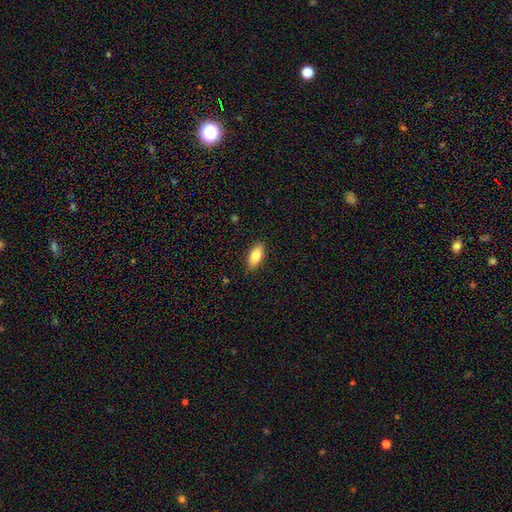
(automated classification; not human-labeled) Overall: smooth (82%). How rounded: in between (85%). Merging: none (88%).